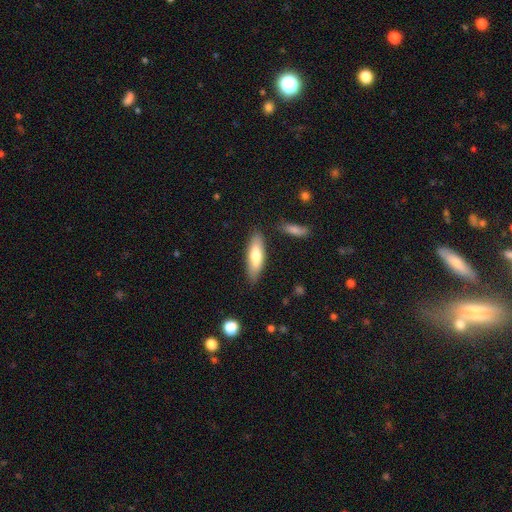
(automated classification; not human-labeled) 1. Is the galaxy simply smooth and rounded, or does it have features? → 72% smooth, 23% featured or disk, 6% star or artifact.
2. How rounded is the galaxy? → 51% cigar-shaped, 48% in between, 2% round.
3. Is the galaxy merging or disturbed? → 82% none, 12% minor disturbance, 3% merger, 3% major disturbance.